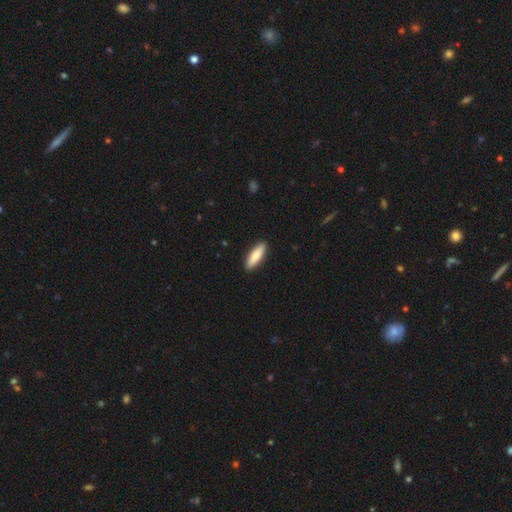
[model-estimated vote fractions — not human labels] Smooth or featured: smooth — 81% (featured or disk — 14%)
How rounded: cigar-shaped — 53% (in between — 45%)
Merging: none — 91% (minor disturbance — 7%)